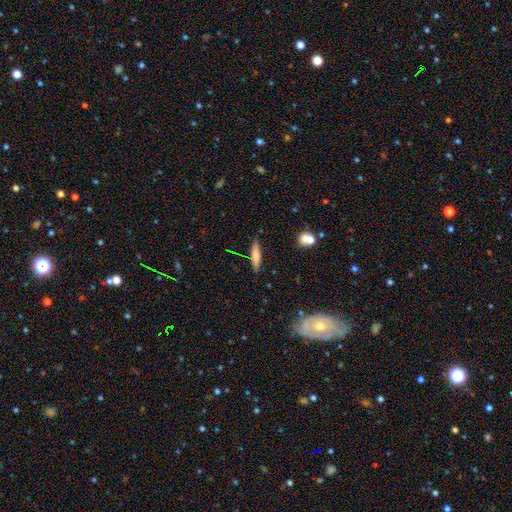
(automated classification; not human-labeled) smooth_or_featured: smooth (p=0.72) [alt: featured or disk p=0.21]
how_rounded: cigar-shaped (p=0.77) [alt: in between p=0.21]
merging: none (p=0.85) [alt: minor disturbance p=0.10]